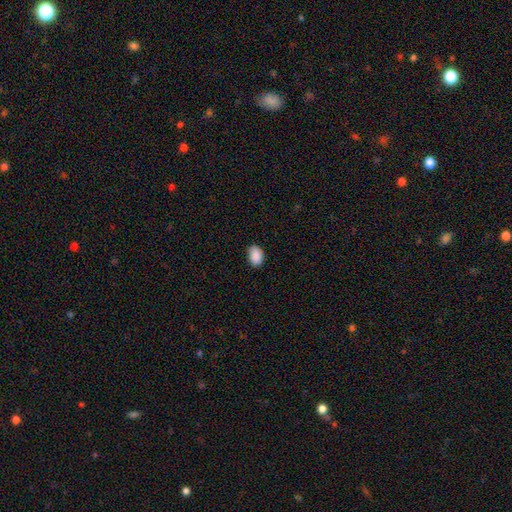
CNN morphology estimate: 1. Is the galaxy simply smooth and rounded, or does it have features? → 90% smooth, 7% star or artifact, 3% featured or disk.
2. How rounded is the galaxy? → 80% in between, 19% round, 1% cigar-shaped.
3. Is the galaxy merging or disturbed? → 84% none, 12% minor disturbance, 2% major disturbance, 1% merger.